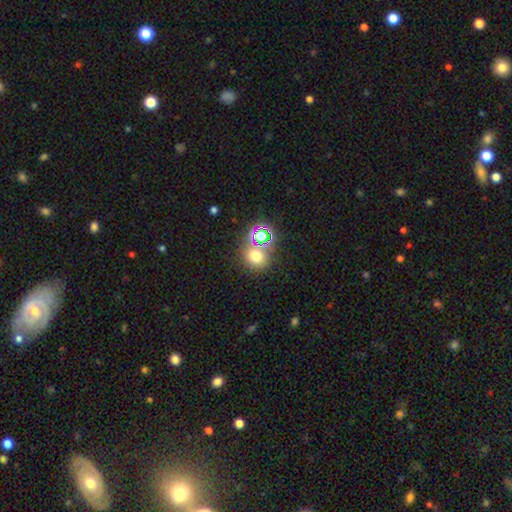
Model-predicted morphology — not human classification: Smooth or featured: smooth — 64% (star or artifact — 28%)
How rounded: round — 78% (in between — 21%)
Merging: none — 69% (merger — 18%)